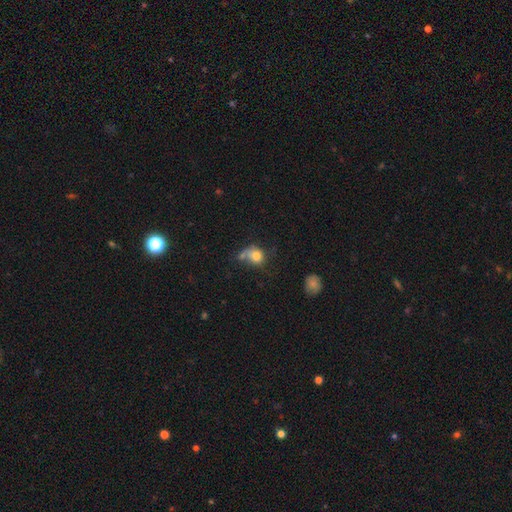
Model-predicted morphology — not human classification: Overall: smooth (76%). How rounded: round (64%; in between 35%). Merging: none (36%; merger 26%).